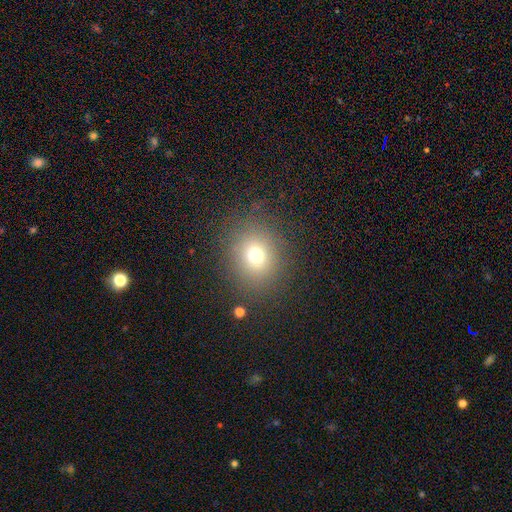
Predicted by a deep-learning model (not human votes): Morphology: type=smooth (71%); roundness=round (75%); merging=none (84%).